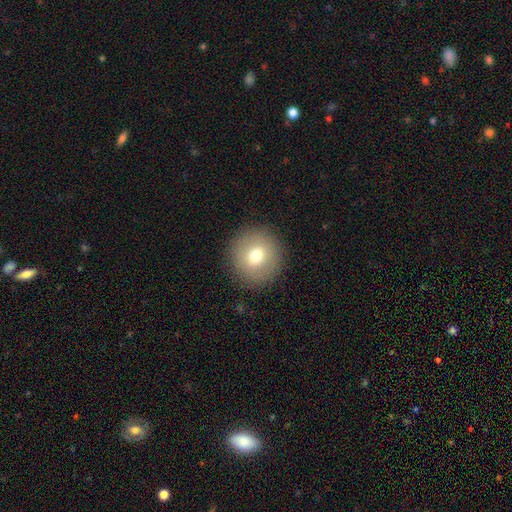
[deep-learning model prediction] smooth 72%, featured or disk 18%, star or artifact 10%. Down the decision tree: how rounded — round (93%); merging — none (90%).